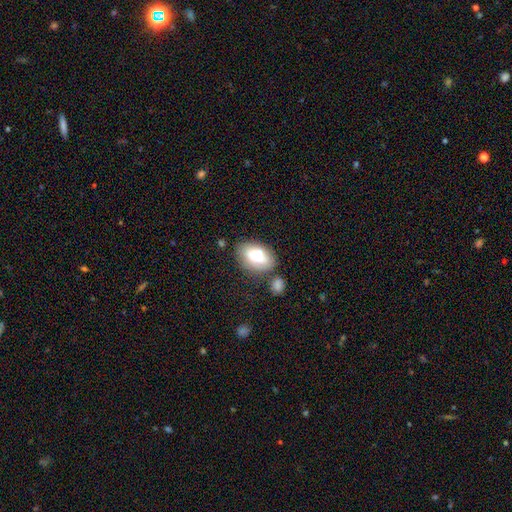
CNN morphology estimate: Smooth or featured?
  - smooth: 70% *
  - featured or disk: 22%
  - star or artifact: 9%
How rounded?
  - in between: 85% *
  - round: 13%
  - cigar-shaped: 2%
Merging?
  - none: 64% *
  - minor disturbance: 18%
  - merger: 13%
  - major disturbance: 6%